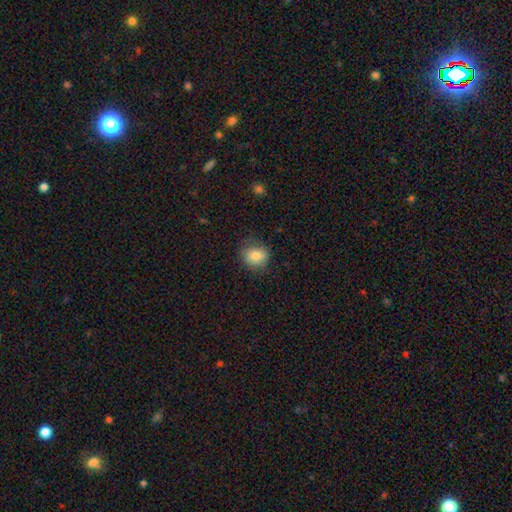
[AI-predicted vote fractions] Smooth or featured?
  - smooth: 80% *
  - featured or disk: 10%
  - star or artifact: 9%
How rounded?
  - round: 68% *
  - in between: 31%
  - cigar-shaped: 1%
Merging?
  - none: 78% *
  - minor disturbance: 16%
  - major disturbance: 5%
  - merger: 1%